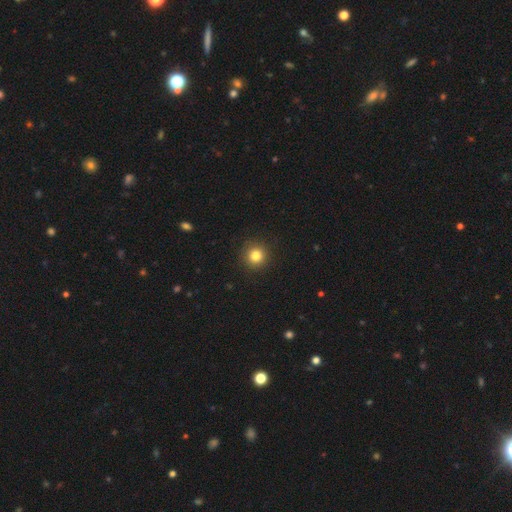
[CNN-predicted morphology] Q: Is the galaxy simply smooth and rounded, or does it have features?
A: smooth — 82%.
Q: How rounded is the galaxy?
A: round — 94%.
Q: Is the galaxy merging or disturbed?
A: none — 91%.